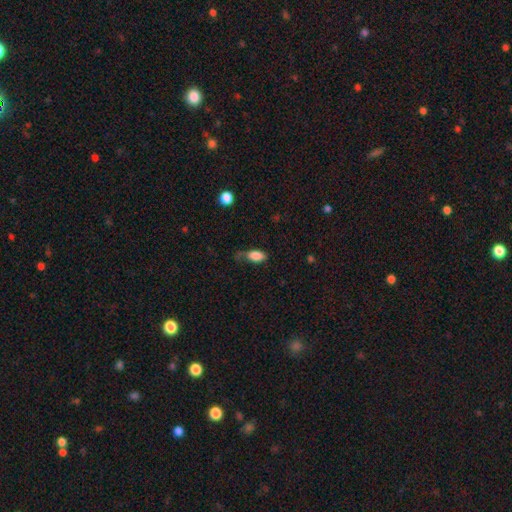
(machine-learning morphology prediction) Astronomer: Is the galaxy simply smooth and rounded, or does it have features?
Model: smooth — 83%.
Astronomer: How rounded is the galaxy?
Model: in between — 90%.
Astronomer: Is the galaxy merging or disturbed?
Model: none — 49% (runner-up: minor disturbance, 30%).